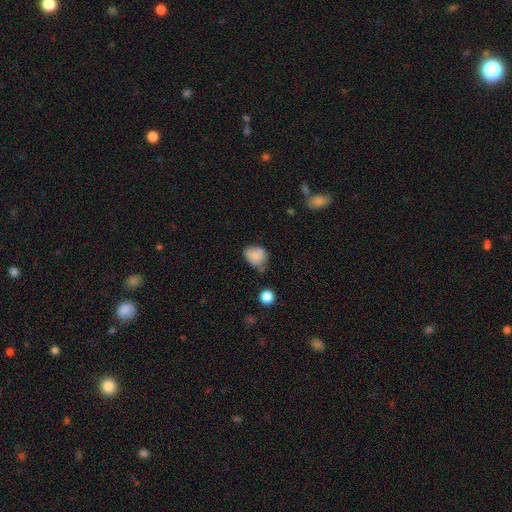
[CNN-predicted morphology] smooth_or_featured: smooth (p=0.77) [alt: featured or disk p=0.13]
how_rounded: round (p=0.52) [alt: in between p=0.47]
merging: none (p=0.46) [alt: minor disturbance p=0.34]